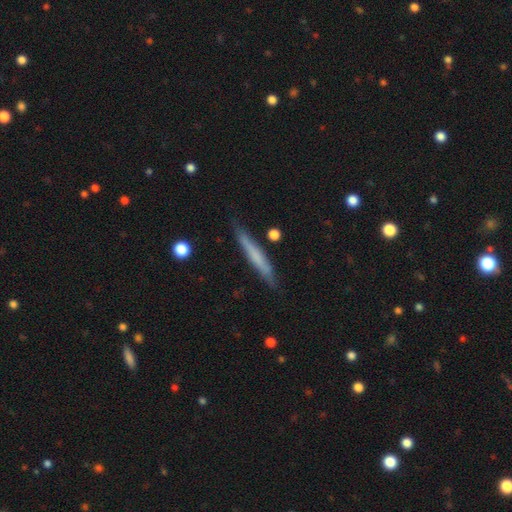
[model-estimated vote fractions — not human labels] Smooth or featured? Predicted: smooth (p=0.57). How rounded? Predicted: cigar-shaped (p=0.95). Merging? Predicted: none (p=0.84).